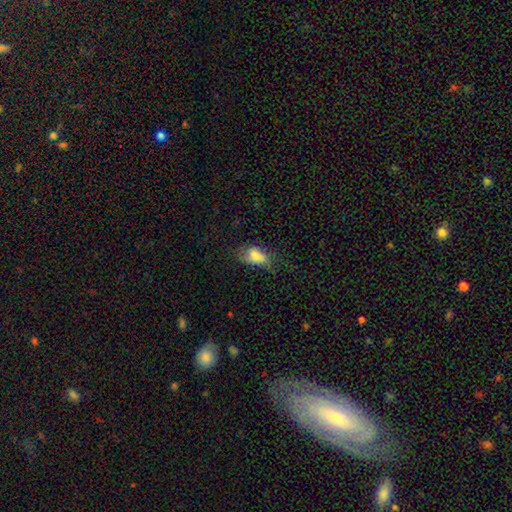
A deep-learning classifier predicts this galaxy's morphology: A smooth galaxy with no disk features (76%) that is in between round and cigar-shaped (89%).

Vote fractions:
- Smooth or featured? smooth: 76% / featured or disk: 15% / star or artifact: 9%
- How rounded? in between: 89% / round: 7% / cigar-shaped: 4%
- Merging? none: 39% / minor disturbance: 33% / major disturbance: 25% / merger: 2%